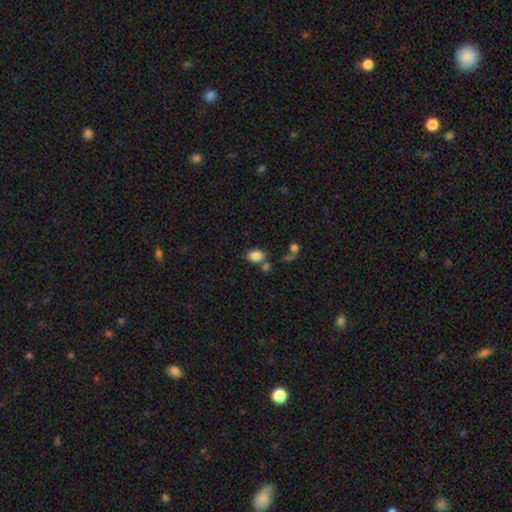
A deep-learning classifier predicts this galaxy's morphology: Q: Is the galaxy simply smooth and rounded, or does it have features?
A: smooth — 85%.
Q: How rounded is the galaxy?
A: in between — 76%.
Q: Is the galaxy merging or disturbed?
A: none — 62%.